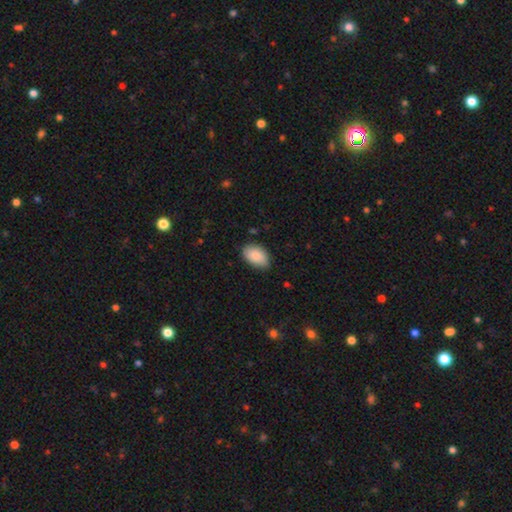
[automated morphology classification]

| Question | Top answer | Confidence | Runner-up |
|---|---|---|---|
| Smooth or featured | smooth | 87% | featured or disk (6%) |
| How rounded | in between | 91% | round (8%) |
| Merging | none | 79% | minor disturbance (17%) |